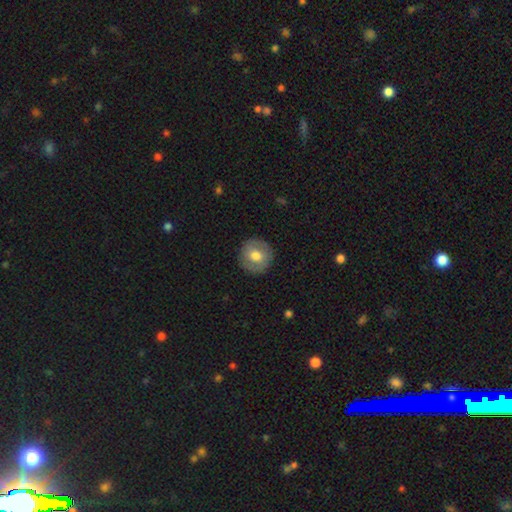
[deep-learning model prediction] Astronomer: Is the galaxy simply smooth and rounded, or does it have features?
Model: smooth — 67%.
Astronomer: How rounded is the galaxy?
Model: round — 94%.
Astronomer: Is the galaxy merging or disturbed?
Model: none — 89%.